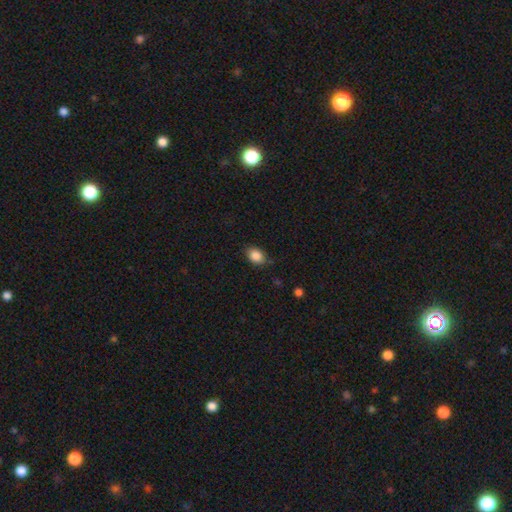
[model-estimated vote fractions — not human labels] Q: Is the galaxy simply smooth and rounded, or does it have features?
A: smooth — 87%.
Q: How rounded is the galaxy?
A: in between — 73%.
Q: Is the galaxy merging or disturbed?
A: none — 82%.